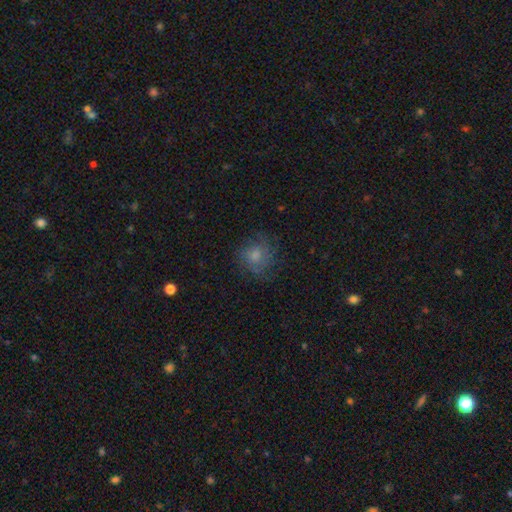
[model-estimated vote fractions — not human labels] Morphology: type=smooth (61%); roundness=round (83%); merging=none (70%).